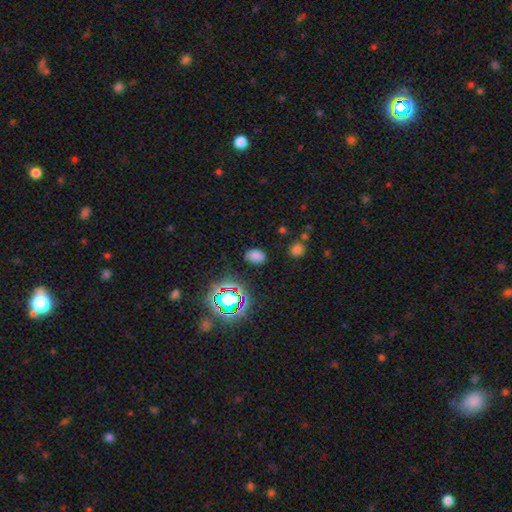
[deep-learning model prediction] This is likely a smooth galaxy (72%). How rounded: clearly in between (84%). Merging: clearly none (84%).